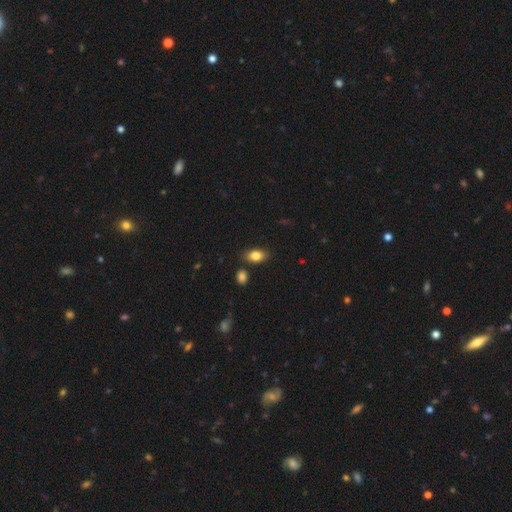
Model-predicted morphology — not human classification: type=smooth (83%); roundness=in between (88%); merging=none (82%).